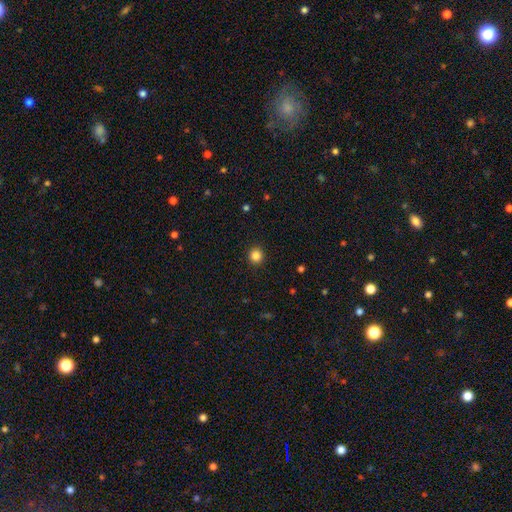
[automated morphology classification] smooth_or_featured: smooth (p=0.85) [alt: star or artifact p=0.12]
how_rounded: round (p=0.94) [alt: in between p=0.05]
merging: none (p=0.92) [alt: minor disturbance p=0.05]